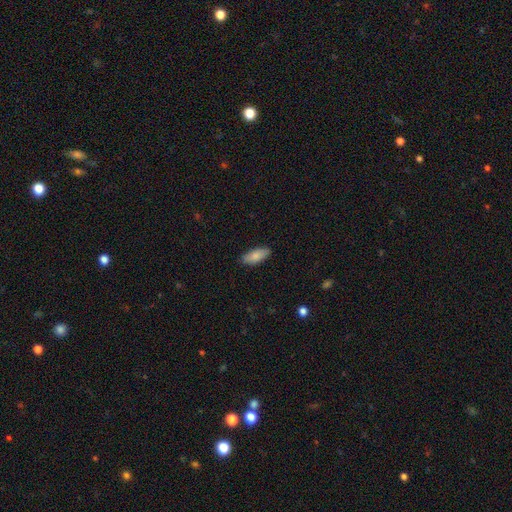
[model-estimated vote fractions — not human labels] Smooth or featured? Predicted: smooth (p=0.84). How rounded? Predicted: in between (p=0.82). Merging? Predicted: none (p=0.87).